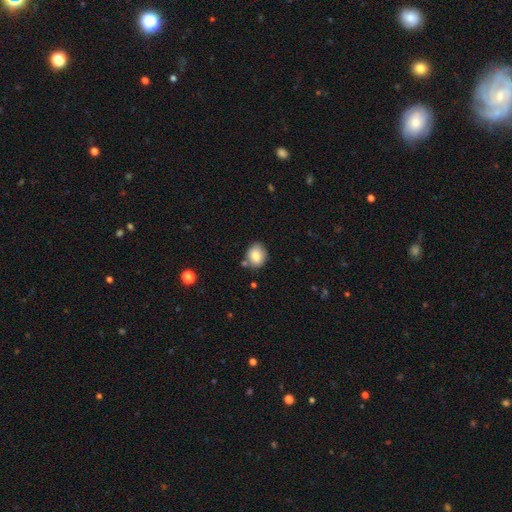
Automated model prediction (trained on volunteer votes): Smooth or featured? smooth (82%)
How rounded? round (64%)
Merging? none (74%)